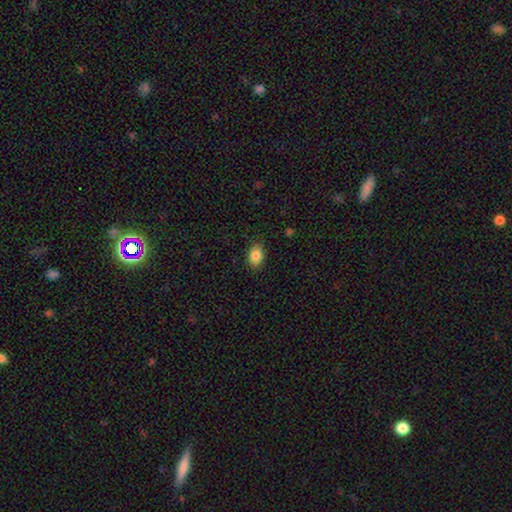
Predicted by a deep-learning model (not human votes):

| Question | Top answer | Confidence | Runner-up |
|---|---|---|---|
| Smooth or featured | smooth | 86% | star or artifact (9%) |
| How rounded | in between | 82% | round (17%) |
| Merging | none | 87% | minor disturbance (10%) |